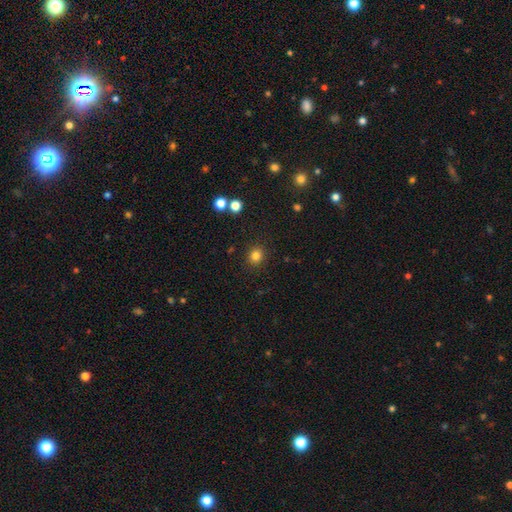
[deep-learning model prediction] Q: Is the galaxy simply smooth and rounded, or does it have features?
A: smooth — 82%.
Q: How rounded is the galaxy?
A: round — 83%.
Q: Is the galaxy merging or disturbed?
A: none — 89%.